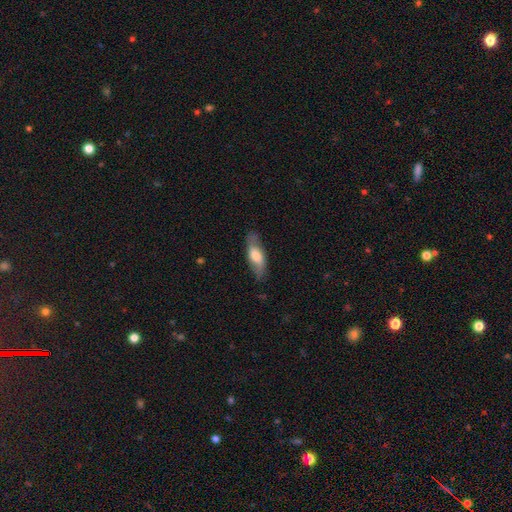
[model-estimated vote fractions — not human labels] Overall: smooth (54%; featured or disk 40%). How rounded: in between (67%; cigar-shaped 30%). Merging: none (75%).